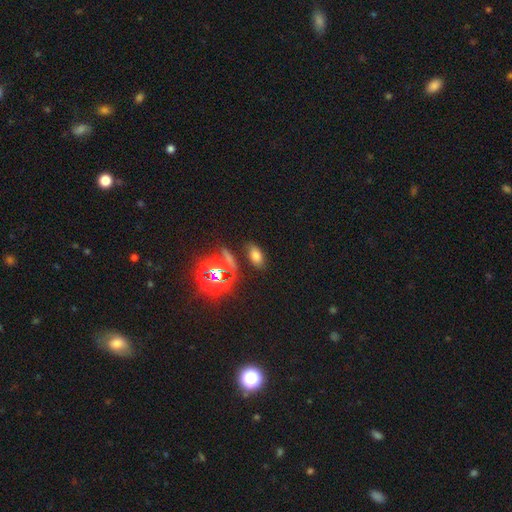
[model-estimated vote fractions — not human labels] smooth 64%, star or artifact 27%, featured or disk 9%. Down the decision tree: how rounded — in between (87%); merging — none (82%).